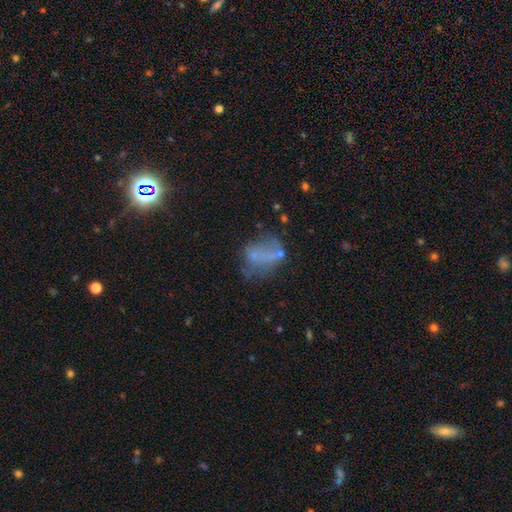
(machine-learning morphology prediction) smooth_or_featured: smooth (p=0.44) [alt: featured or disk p=0.37]
merging: none (p=0.36) [alt: major disturbance p=0.30]